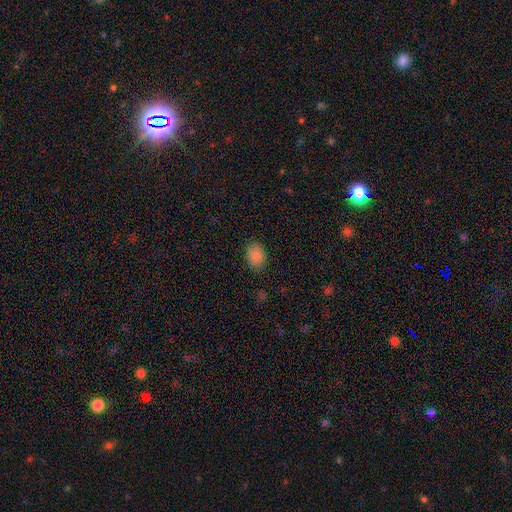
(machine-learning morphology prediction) smooth-or-featured: smooth: 87% | star or artifact: 9% | featured or disk: 5%
  how-rounded: in between: 80% | round: 19% | cigar-shaped: 1%
  merging: none: 85% | minor disturbance: 11% | major disturbance: 3% | merger: 1%